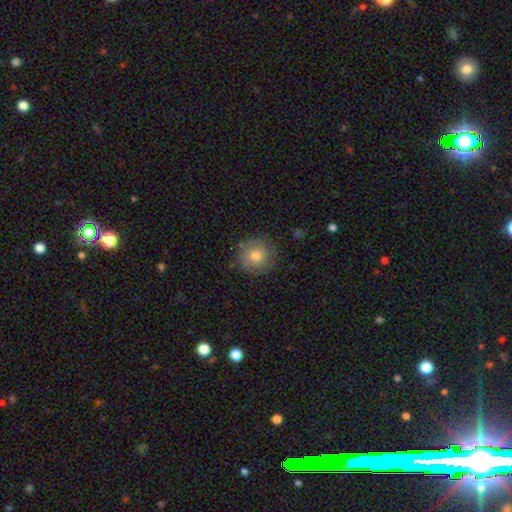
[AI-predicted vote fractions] Smooth or featured? smooth (70%)
How rounded? round (94%)
Merging? none (81%)